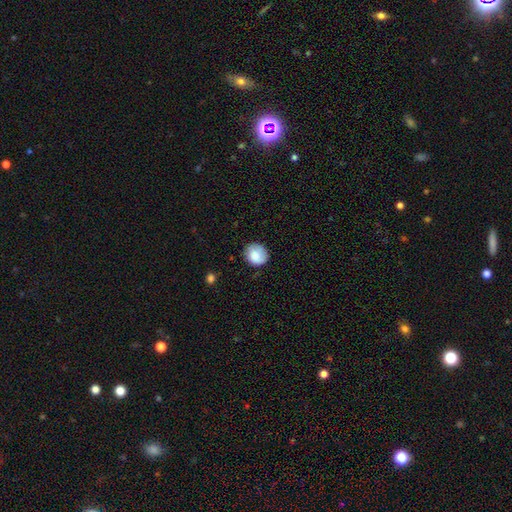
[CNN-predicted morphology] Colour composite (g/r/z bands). It shows a smooth galaxy with no disk features (83%) that is round (81%). Merging: none (77%).